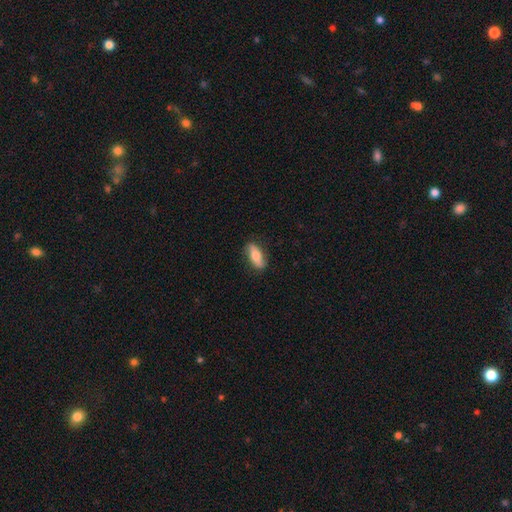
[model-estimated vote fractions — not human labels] This appears to be a smooth galaxy with no disk features (64%) that is in between round and cigar-shaped (74%). Merging: none (84%).